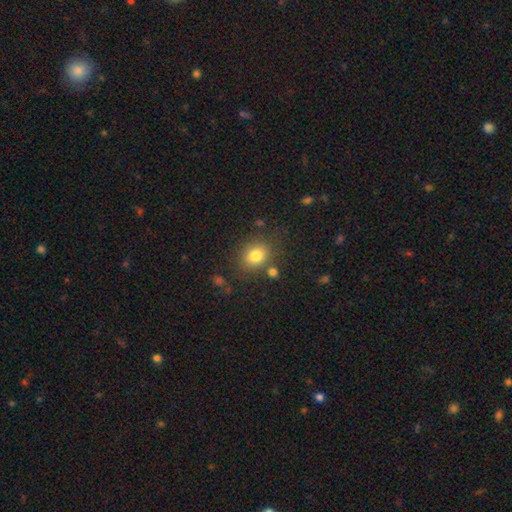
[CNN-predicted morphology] This is clearly a smooth galaxy (80%). How rounded: possibly round (54%). Merging: likely none (76%).